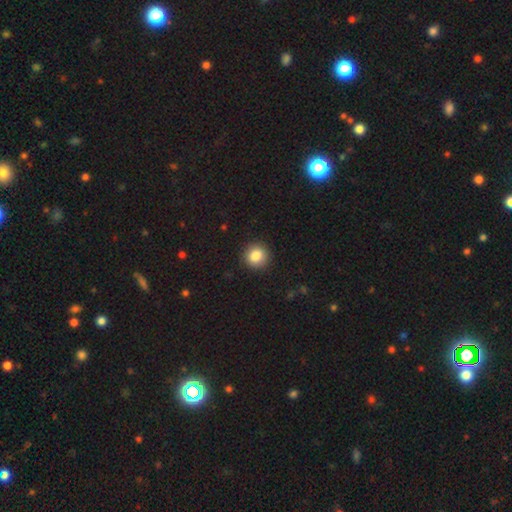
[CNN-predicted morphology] smooth-or-featured: smooth: 85% | star or artifact: 9% | featured or disk: 5%
  how-rounded: round: 90% | in between: 9% | cigar-shaped: 1%
  merging: none: 91% | minor disturbance: 6% | major disturbance: 2% | merger: 1%